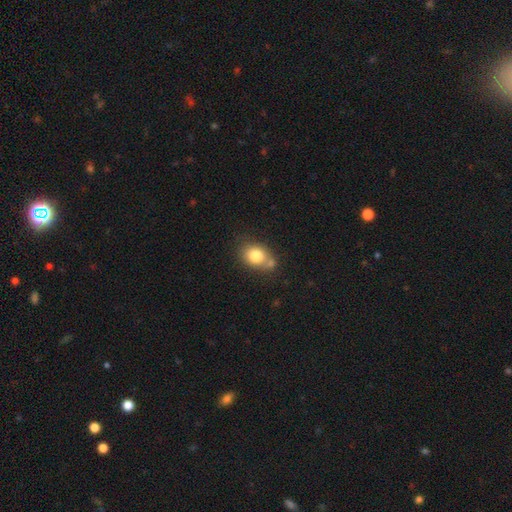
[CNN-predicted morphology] smooth 79%, featured or disk 12%, star or artifact 10%. Down the decision tree: how rounded — in between (55%); merging — none (56%).